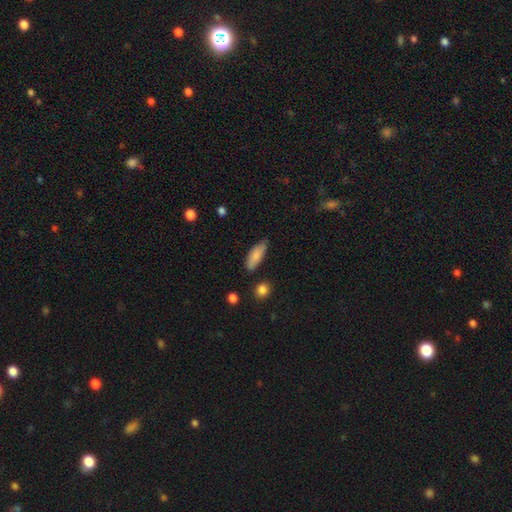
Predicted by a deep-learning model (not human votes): Morphology: type=smooth (83%); roundness=in between (62%); merging=none (73%).